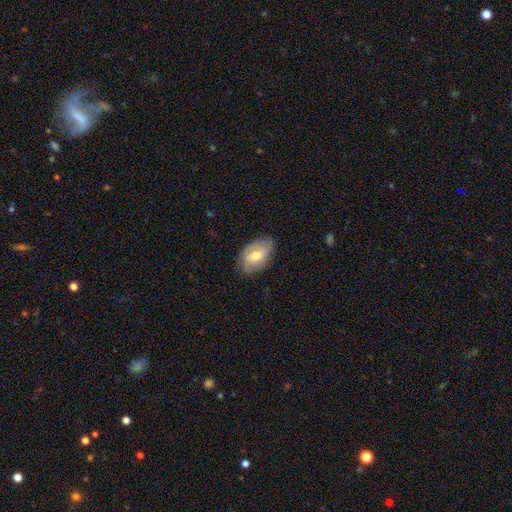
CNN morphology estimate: smooth-or-featured: smooth: 49% | featured or disk: 44% | star or artifact: 7%
  merging: none: 75% | minor disturbance: 19% | major disturbance: 4% | merger: 1%